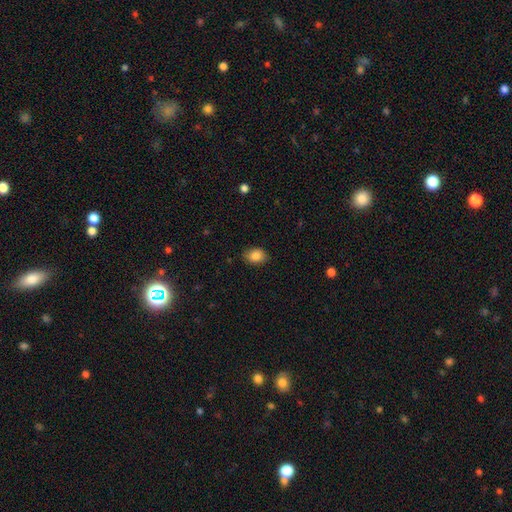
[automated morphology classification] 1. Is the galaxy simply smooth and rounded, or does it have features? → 86% smooth, 8% star or artifact, 5% featured or disk.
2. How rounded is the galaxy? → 71% in between, 28% round, 1% cigar-shaped.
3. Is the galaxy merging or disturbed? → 84% none, 12% minor disturbance, 3% major disturbance, 1% merger.